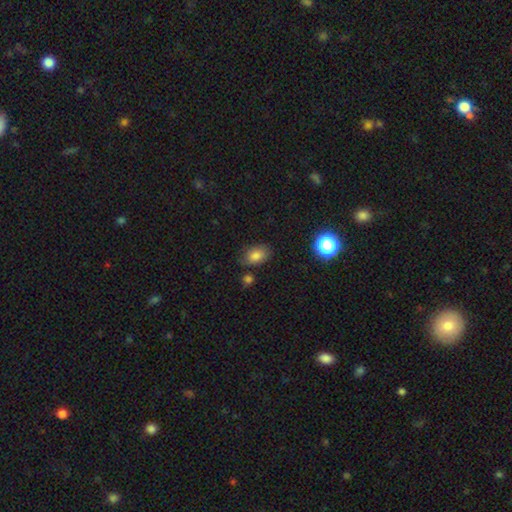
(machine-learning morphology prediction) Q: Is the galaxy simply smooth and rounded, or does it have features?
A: smooth — 81%.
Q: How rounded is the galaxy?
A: in between — 84%.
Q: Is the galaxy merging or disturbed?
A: none — 76%.